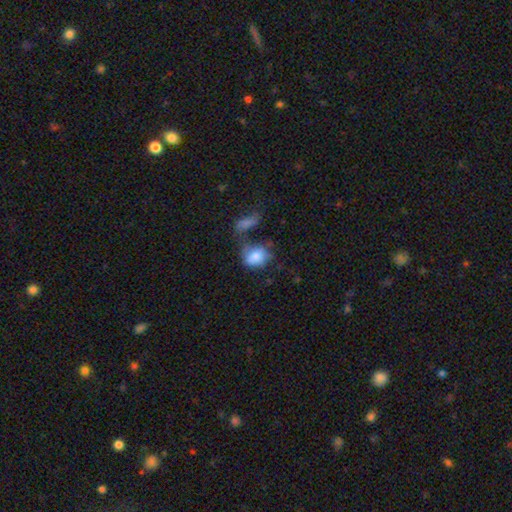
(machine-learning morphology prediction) Q: Smooth or featured?
A: smooth (75%); runner-up: featured or disk (16%)
Q: How rounded?
A: in between (65%); runner-up: round (33%)
Q: Merging?
A: none (30%); tied with: merger (30%)